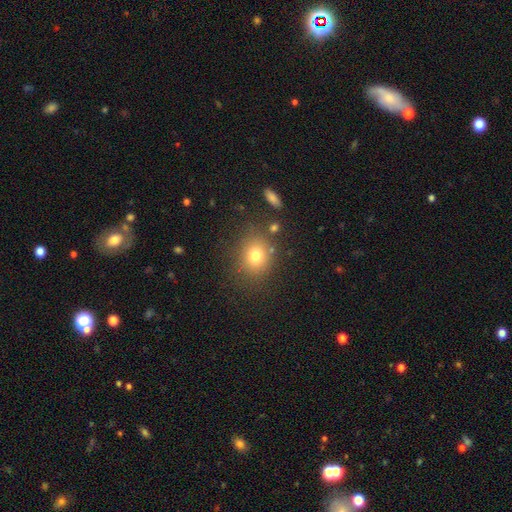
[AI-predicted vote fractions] This is likely a smooth galaxy (77%). How rounded: likely round (64%). Merging: likely none (78%).